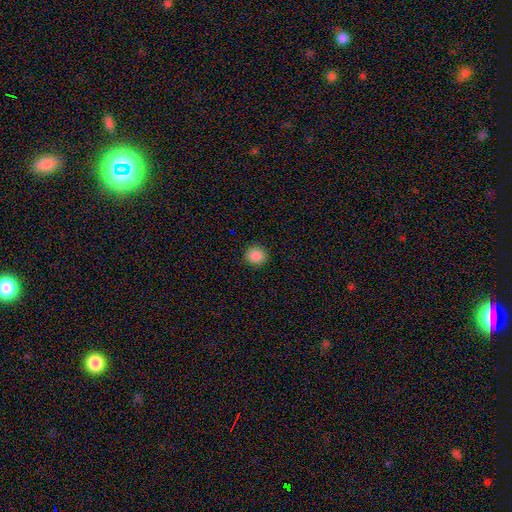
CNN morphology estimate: Overall: smooth (88%). How rounded: round (92%). Merging: none (92%).